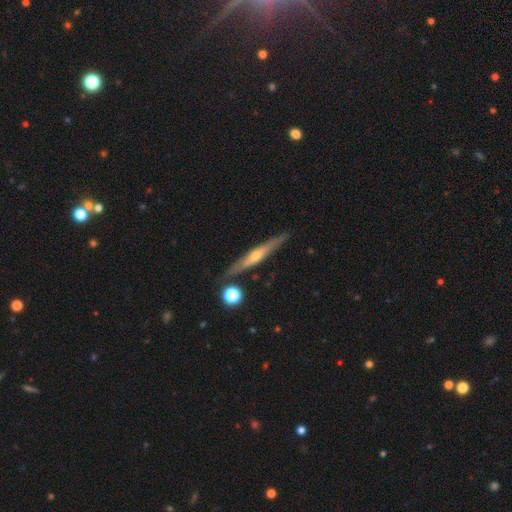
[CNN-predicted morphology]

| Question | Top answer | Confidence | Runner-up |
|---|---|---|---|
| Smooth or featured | featured or disk | 66% | smooth (27%) |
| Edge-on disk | yes | 94% | no (6%) |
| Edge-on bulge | rounded | 74% | none (20%) |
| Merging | none | 84% | minor disturbance (10%) |